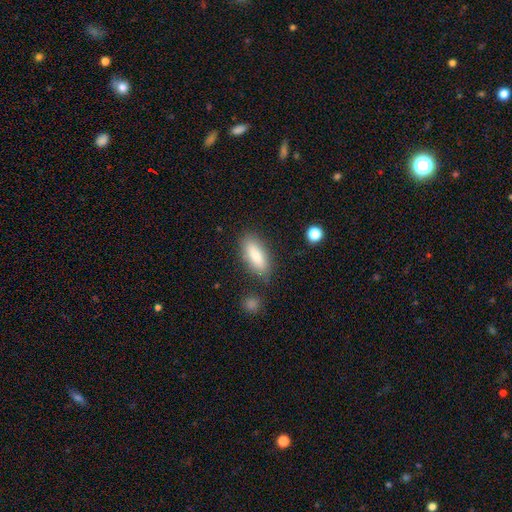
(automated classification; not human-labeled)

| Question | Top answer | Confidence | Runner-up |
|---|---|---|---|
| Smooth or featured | smooth | 81% | featured or disk (12%) |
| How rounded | in between | 71% | cigar-shaped (26%) |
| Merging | none | 82% | minor disturbance (12%) |